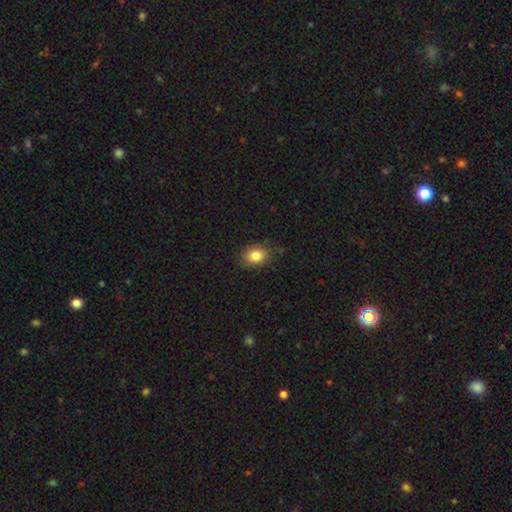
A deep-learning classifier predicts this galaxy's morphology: Q: Smooth or featured?
A: smooth (83%); runner-up: star or artifact (10%)
Q: How rounded?
A: in between (64%); runner-up: round (35%)
Q: Merging?
A: none (83%); runner-up: minor disturbance (13%)